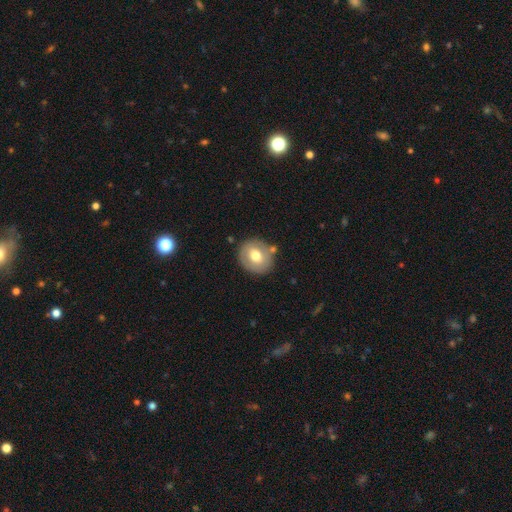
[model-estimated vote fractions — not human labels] Smooth or featured?
  - smooth: 64% *
  - featured or disk: 29%
  - star or artifact: 7%
How rounded?
  - round: 82% *
  - in between: 17%
  - cigar-shaped: 1%
Merging?
  - none: 79% *
  - minor disturbance: 11%
  - merger: 6%
  - major disturbance: 3%